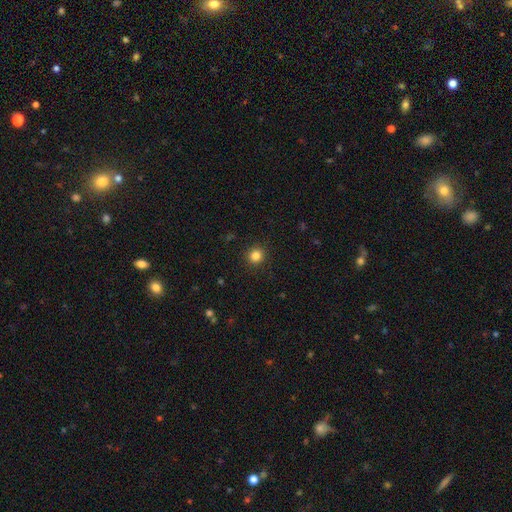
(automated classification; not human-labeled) A smooth galaxy with no disk features (84%) that is round (92%).

Vote fractions:
- Smooth or featured? smooth: 84% / star or artifact: 12% / featured or disk: 4%
- How rounded? round: 92% / in between: 7% / cigar-shaped: 1%
- Merging? none: 92% / minor disturbance: 5% / major disturbance: 2% / merger: 1%